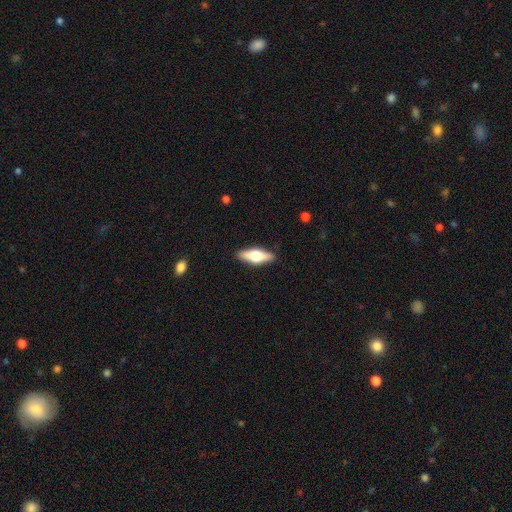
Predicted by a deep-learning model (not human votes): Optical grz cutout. It shows a smooth galaxy with no disk features (51%) that is in between round and cigar-shaped (59%). Merging: none (89%).